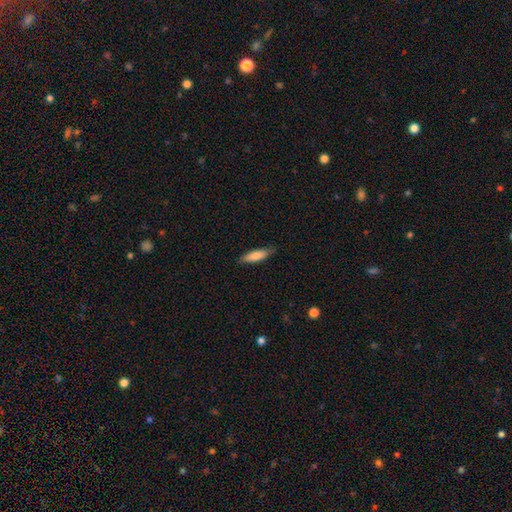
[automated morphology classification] Smooth or featured? smooth (81%)
How rounded? cigar-shaped (60%)
Merging? none (83%)